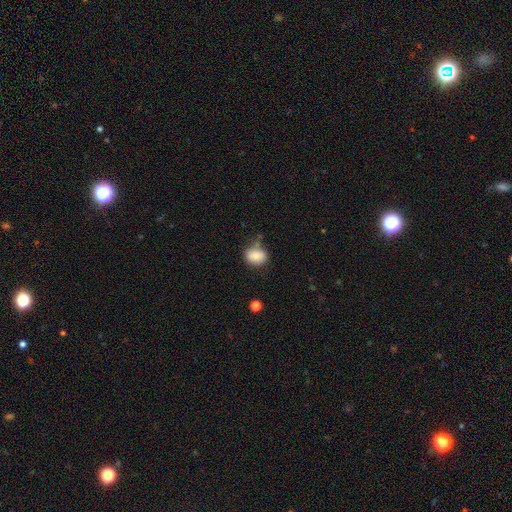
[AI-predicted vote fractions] Smooth or featured?
  - smooth: 80% *
  - featured or disk: 11%
  - star or artifact: 9%
How rounded?
  - in between: 50% *
  - round: 49%
  - cigar-shaped: 1%
Merging?
  - none: 63% *
  - minor disturbance: 23%
  - merger: 7%
  - major disturbance: 6%